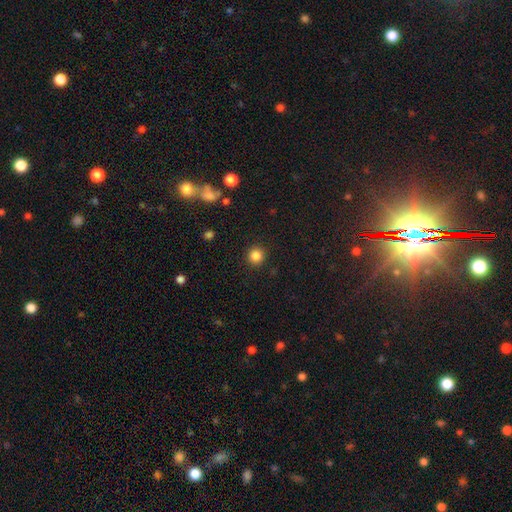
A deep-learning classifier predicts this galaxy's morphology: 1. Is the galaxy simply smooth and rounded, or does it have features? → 85% smooth, 12% star or artifact, 4% featured or disk.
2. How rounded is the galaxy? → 93% round, 6% in between, 1% cigar-shaped.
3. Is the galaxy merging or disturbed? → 91% none, 5% minor disturbance, 2% major disturbance, 1% merger.